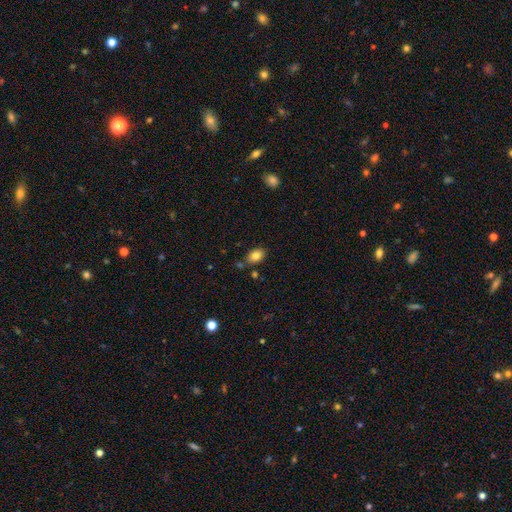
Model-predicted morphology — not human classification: smooth_or_featured: smooth (p=0.83) [alt: star or artifact p=0.09]
how_rounded: in between (p=0.85) [alt: round p=0.14]
merging: none (p=0.80) [alt: minor disturbance p=0.12]